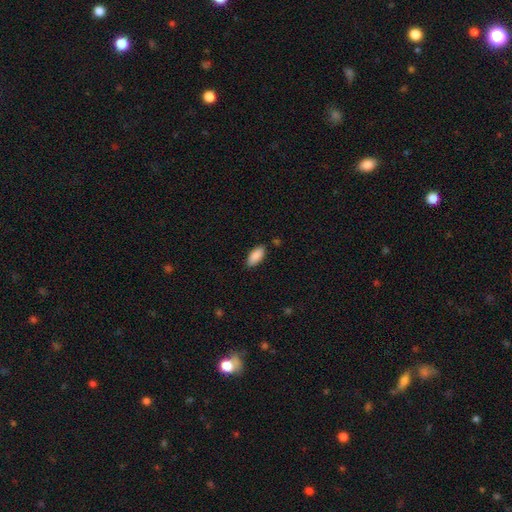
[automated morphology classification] A smooth galaxy with no disk features (89%) that is in between round and cigar-shaped (88%).

Vote fractions:
- Smooth or featured? smooth: 89% / star or artifact: 6% / featured or disk: 4%
- How rounded? in between: 88% / cigar-shaped: 10% / round: 2%
- Merging? none: 84% / minor disturbance: 12% / major disturbance: 2% / merger: 2%